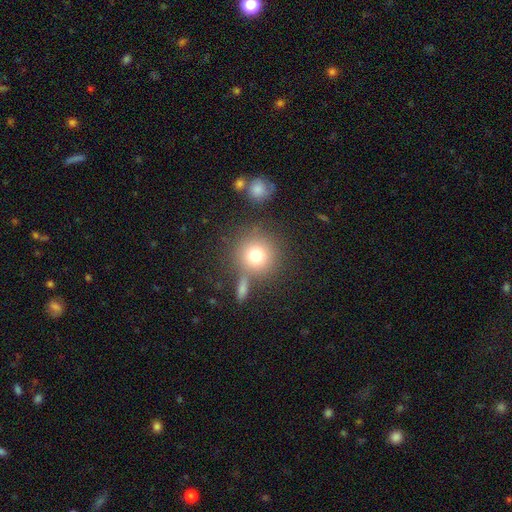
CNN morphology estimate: This appears to be a smooth galaxy with no disk features (76%) that is round (92%). Merging: none (73%).